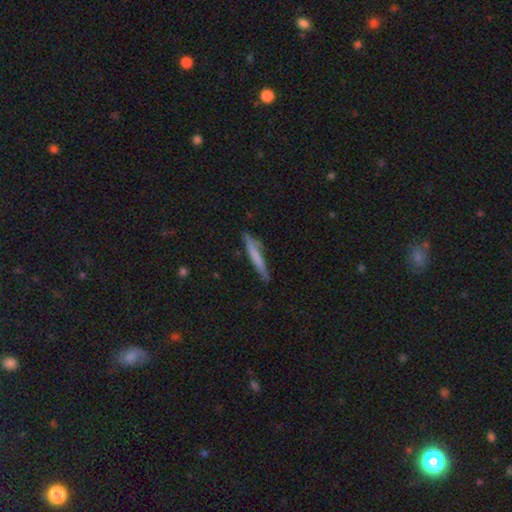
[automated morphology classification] This appears to be a smooth galaxy with no disk features (63%) that is cigar-shaped (94%). Merging: none (73%).